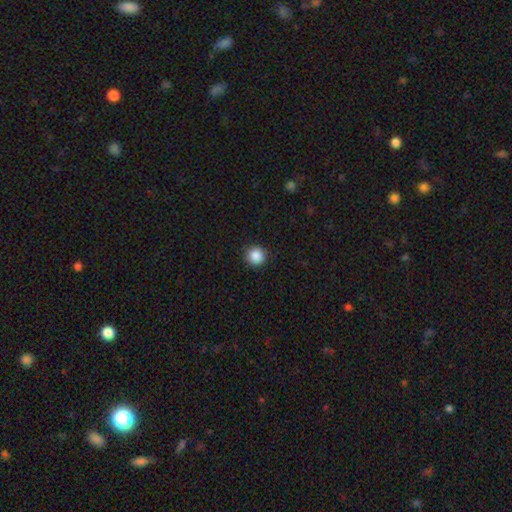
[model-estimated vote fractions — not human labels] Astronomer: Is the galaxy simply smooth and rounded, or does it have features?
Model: smooth — 88%.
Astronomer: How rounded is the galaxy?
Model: round — 95%.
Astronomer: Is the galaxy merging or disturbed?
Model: none — 93%.